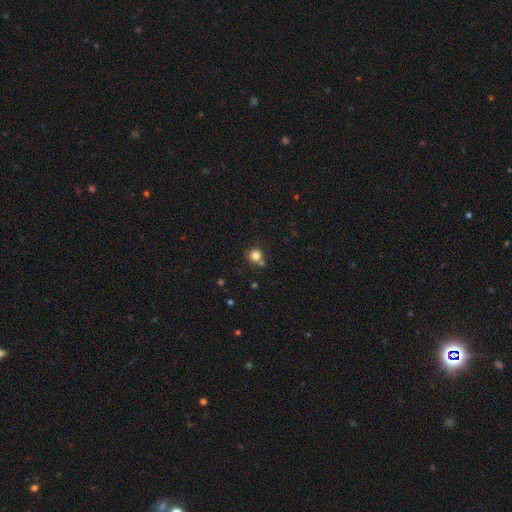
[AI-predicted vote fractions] Smooth or featured: smooth — 82% (star or artifact — 13%)
How rounded: round — 93% (in between — 6%)
Merging: none — 73% (merger — 14%)